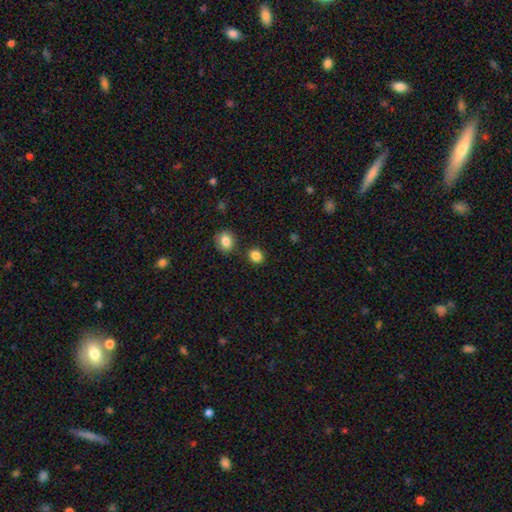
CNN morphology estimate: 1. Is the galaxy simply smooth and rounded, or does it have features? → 86% smooth, 10% star or artifact, 4% featured or disk.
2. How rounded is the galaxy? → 69% round, 30% in between, 1% cigar-shaped.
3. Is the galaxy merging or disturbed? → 82% none, 9% minor disturbance, 7% merger, 2% major disturbance.